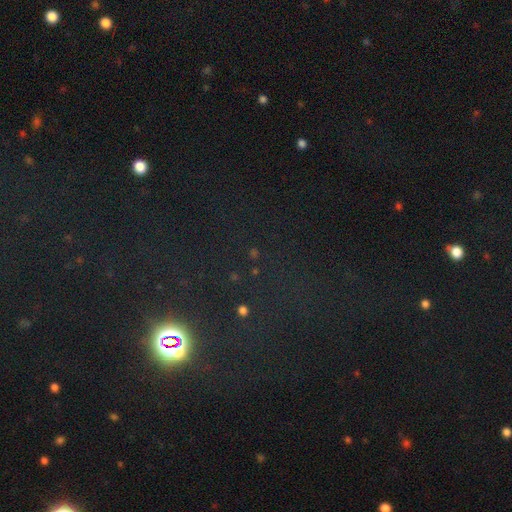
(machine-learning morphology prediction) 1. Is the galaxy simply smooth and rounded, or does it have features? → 76% star or artifact, 15% smooth, 8% featured or disk.